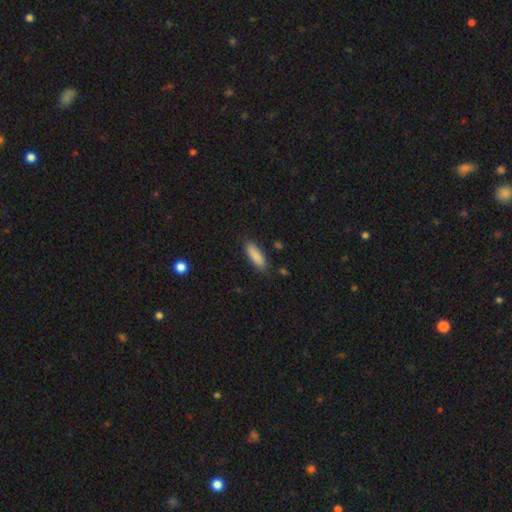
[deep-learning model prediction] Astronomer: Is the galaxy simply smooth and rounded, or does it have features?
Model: smooth — 88%.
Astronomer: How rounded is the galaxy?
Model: in between — 55% (runner-up: cigar-shaped, 43%).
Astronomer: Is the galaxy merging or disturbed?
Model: none — 84%.